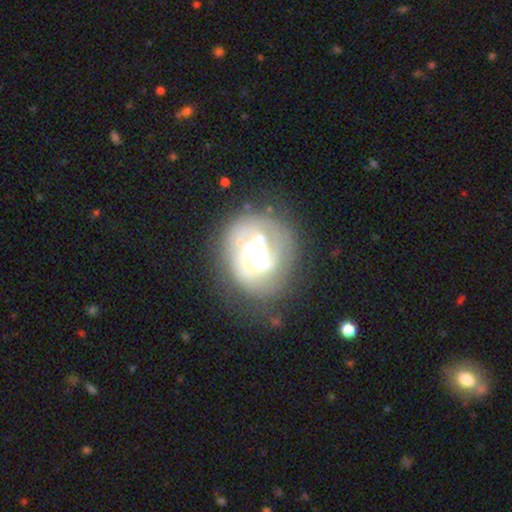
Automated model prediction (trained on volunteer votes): The model was most divided on "spiral arm count": 2: 34%, can't tell: 27%, 3: 18%, 1: 13%, 4: 4%, more than 4: 4%. More confident: edge-on disk — no (98%); spiral arms — yes (85%); smooth or featured — featured or disk (78%); bar — no (71%); bulge size — moderate (58%); merging — none (58%); spiral winding — tight (53%).